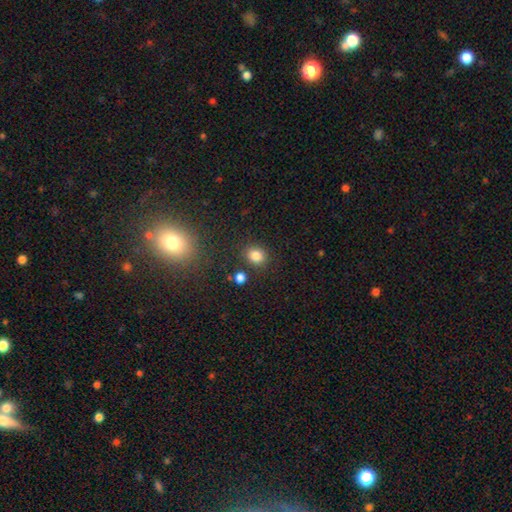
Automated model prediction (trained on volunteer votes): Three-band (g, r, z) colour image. It shows a smooth galaxy with no disk features (83%) that is round (67%). Merging: none (82%).